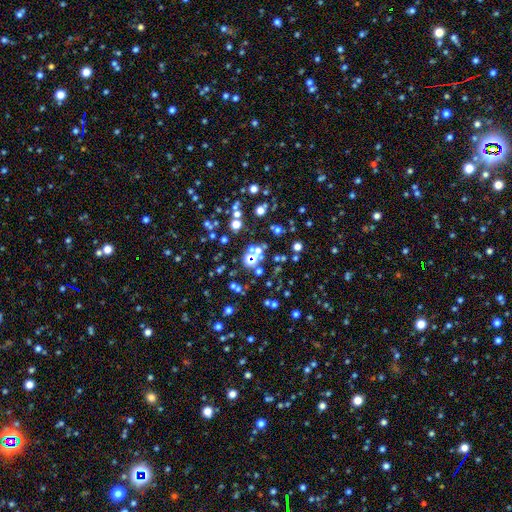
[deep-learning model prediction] Smooth or featured? Predicted: star or artifact (p=0.59).